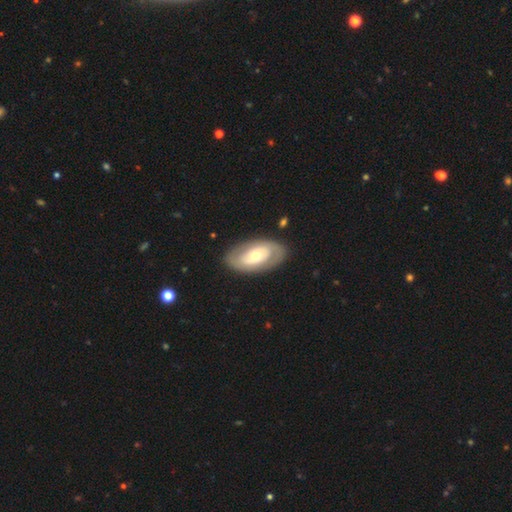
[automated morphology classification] A featured or disk galaxy (65%) with no bar (56%), spiral arms (65%) and a moderate central bulge (59%). Merging: none (84%).